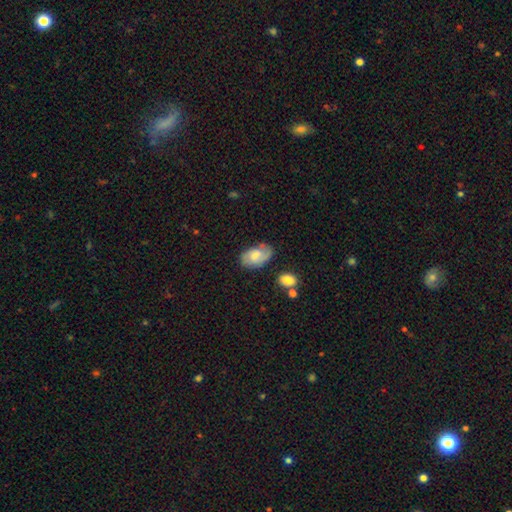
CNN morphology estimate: type=smooth (54%); roundness=in between (92%); merging=none (62%).